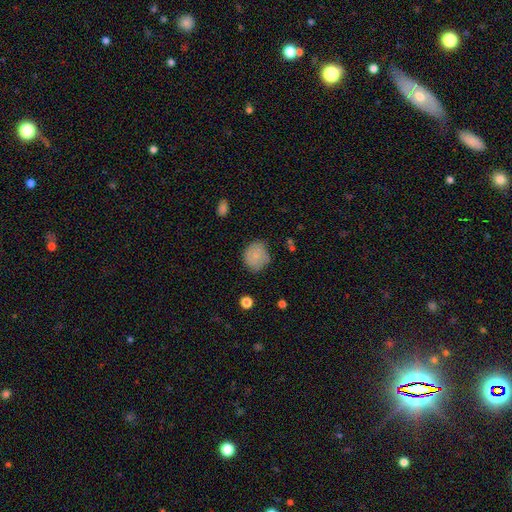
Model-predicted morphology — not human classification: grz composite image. It shows a smooth galaxy with no disk features (66%) that is round (79%). Merging: none (68%).